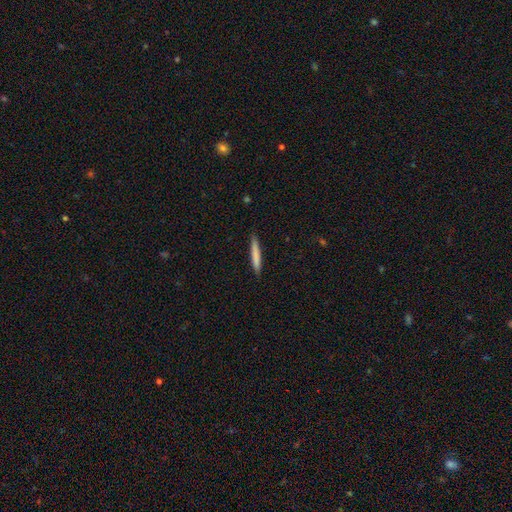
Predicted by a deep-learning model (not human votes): This is likely a smooth galaxy (77%). How rounded: clearly cigar-shaped (95%). Merging: clearly none (89%).